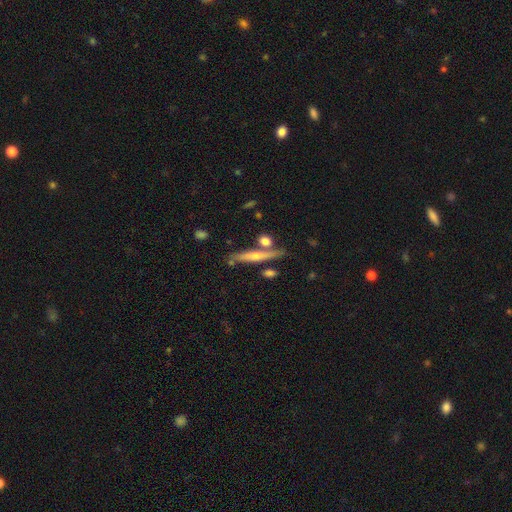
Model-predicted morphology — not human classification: Smooth or featured: featured or disk — 56% (smooth — 35%)
Edge-on disk: yes — 93% (no — 7%)
Edge-on bulge: rounded — 64% (none — 28%)
Merging: none — 75% (minor disturbance — 12%)